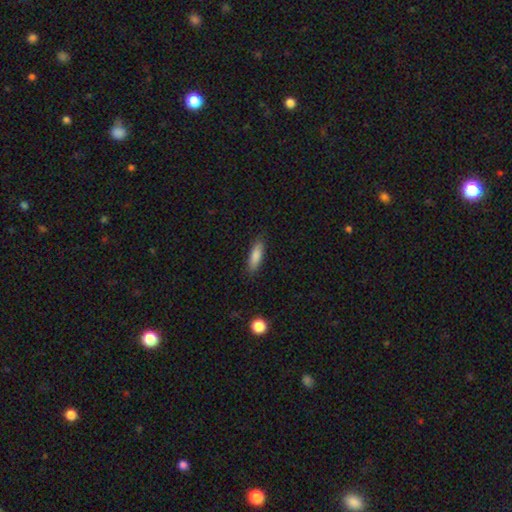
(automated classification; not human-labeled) This appears to be a smooth galaxy with no disk features (83%) that is cigar-shaped (54%). Merging: none (85%).